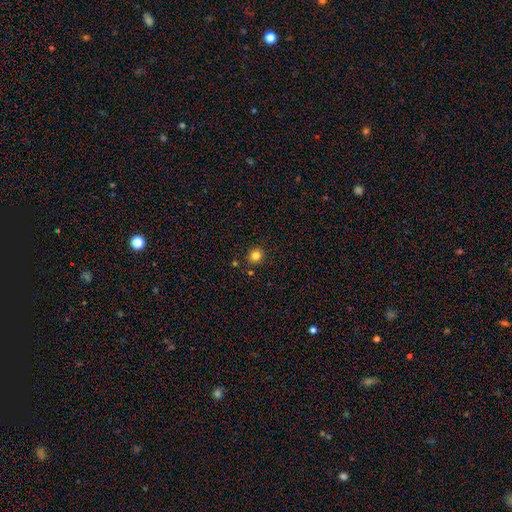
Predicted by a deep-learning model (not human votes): Overall: smooth (82%). How rounded: round (88%). Merging: none (87%).